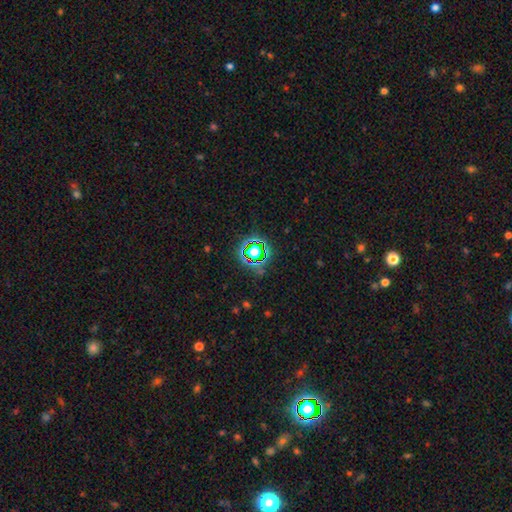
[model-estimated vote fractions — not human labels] Smooth or featured? star or artifact (67%)